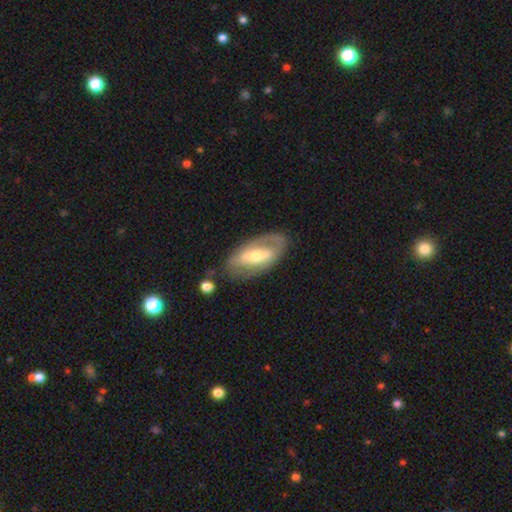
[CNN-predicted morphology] Smooth or featured?
  - featured or disk: 66% *
  - smooth: 28%
  - star or artifact: 5%
Edge-on disk?
  - no: 89% *
  - yes: 11%
Bar?
  - strong: 44% *
  - weak: 31%
  - no: 26%
Spiral arms?
  - yes: 52% *
  - no: 48%
Bulge size?
  - moderate: 59% *
  - small: 33%
  - large: 6%
  - none: 1%
  - dominant: 1%
Merging?
  - none: 69% *
  - minor disturbance: 19%
  - major disturbance: 9%
  - merger: 3%